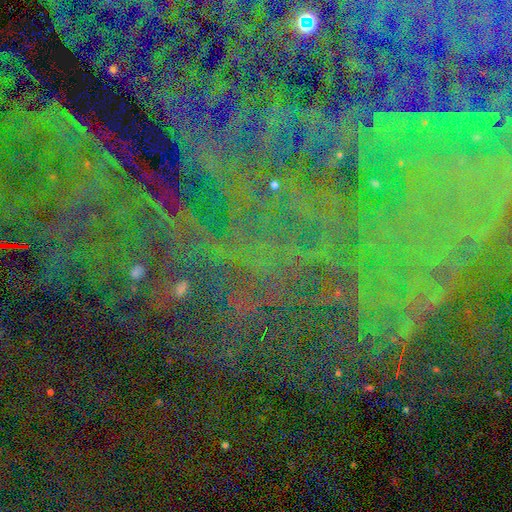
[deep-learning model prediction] Q: Smooth or featured?
A: star or artifact (85%); runner-up: featured or disk (8%)